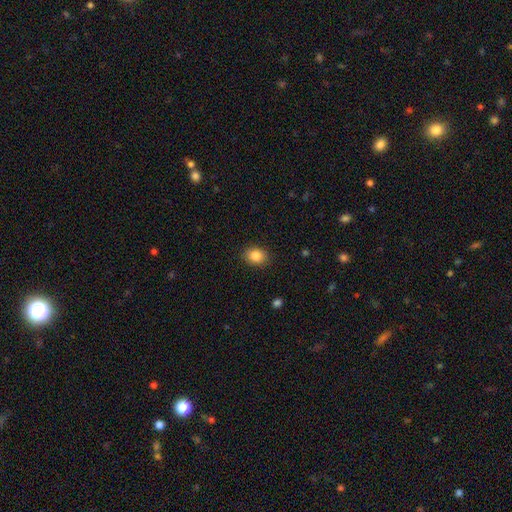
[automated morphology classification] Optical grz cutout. It shows a smooth galaxy with no disk features (86%) that is in between round and cigar-shaped (55%). Merging: none (88%).